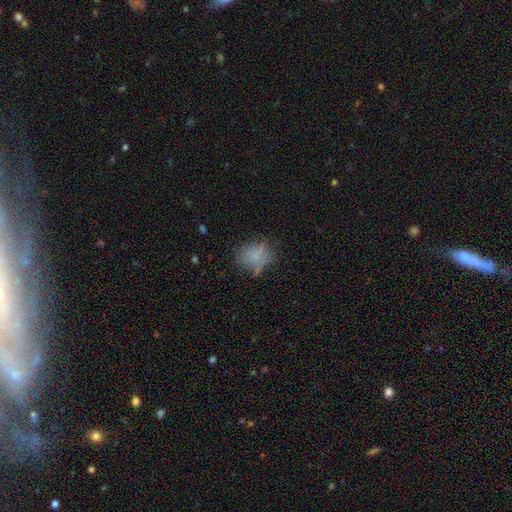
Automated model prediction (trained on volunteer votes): Morphology: type=smooth (73%); roundness=in between (58%); merging=none (54%).